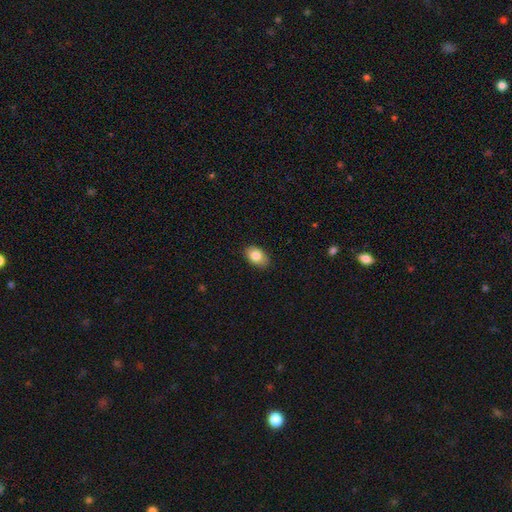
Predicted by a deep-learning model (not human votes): Overall: smooth (82%). How rounded: in between (86%). Merging: none (85%).